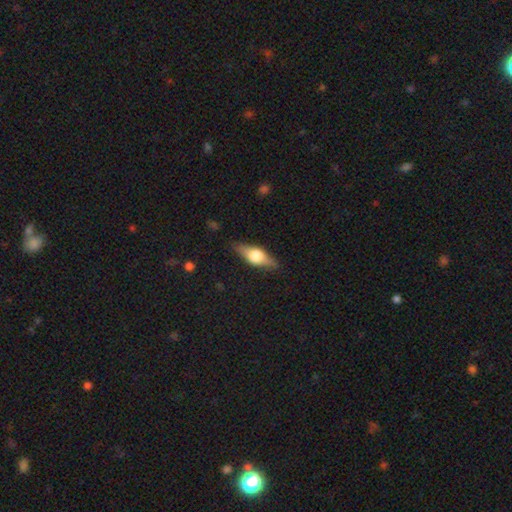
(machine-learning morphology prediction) A featured or disk galaxy (53%) viewed edge-on (93%). Merging: none (84%).